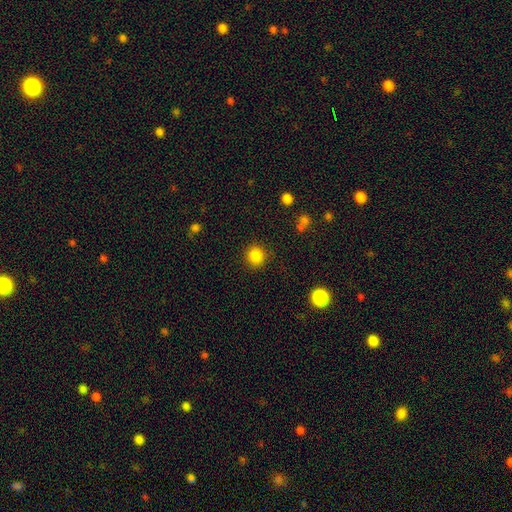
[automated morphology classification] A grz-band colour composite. It shows a smooth galaxy with no disk features (85%) that is round (90%). Merging: none (89%).